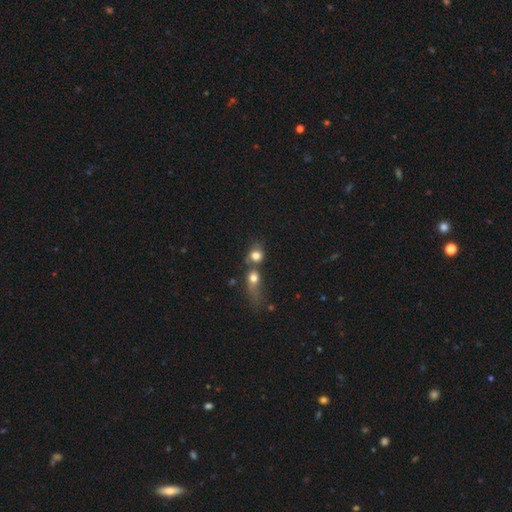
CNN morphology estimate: Smooth or featured? smooth (76%)
How rounded? round (73%)
Merging? merger (55%)